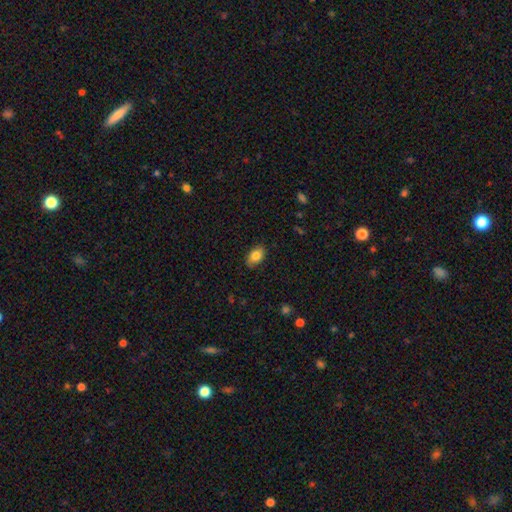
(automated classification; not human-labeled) Overall: smooth (83%). How rounded: in between (91%). Merging: none (85%).